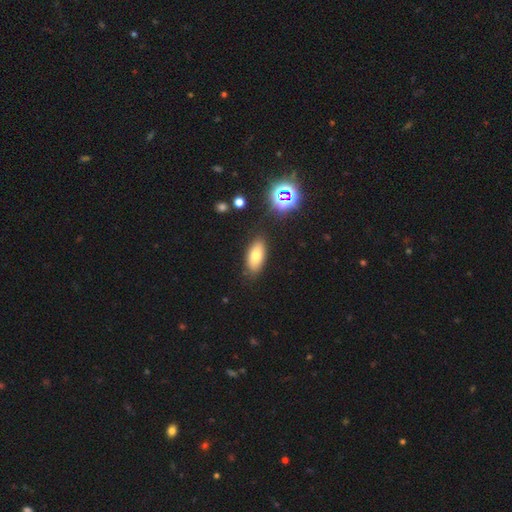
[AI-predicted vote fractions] smooth_or_featured: smooth (p=0.74) [alt: featured or disk p=0.15]
how_rounded: in between (p=0.87) [alt: cigar-shaped p=0.09]
merging: none (p=0.84) [alt: minor disturbance p=0.11]